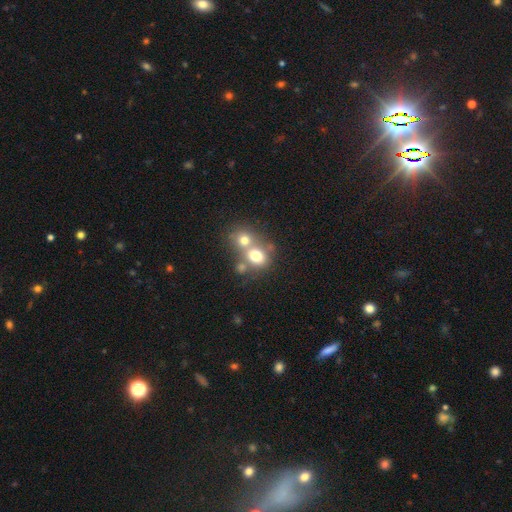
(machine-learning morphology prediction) This is likely a smooth galaxy (71%). How rounded: likely round (63%). Merging: possibly merger (58%).